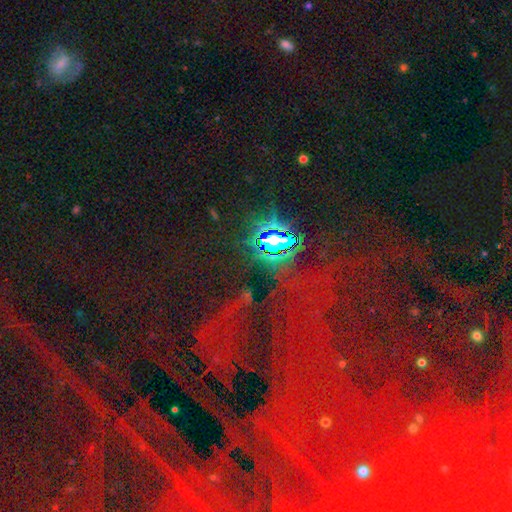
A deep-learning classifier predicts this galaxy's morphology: This is clearly a star or artifact rather than a galaxy (81%).